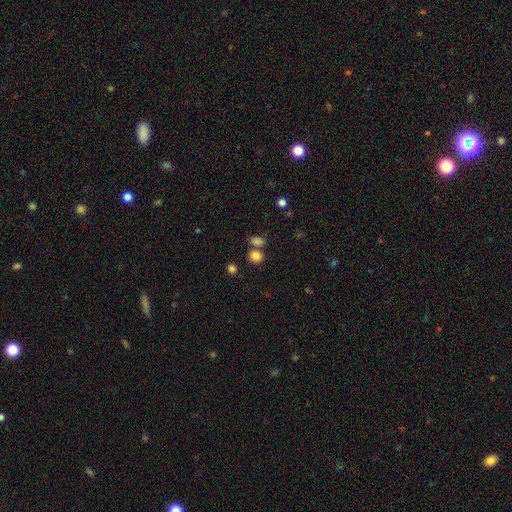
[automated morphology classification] Smooth or featured: smooth — 82% (star or artifact — 12%)
How rounded: round — 71% (in between — 28%)
Merging: none — 60% (merger — 26%)